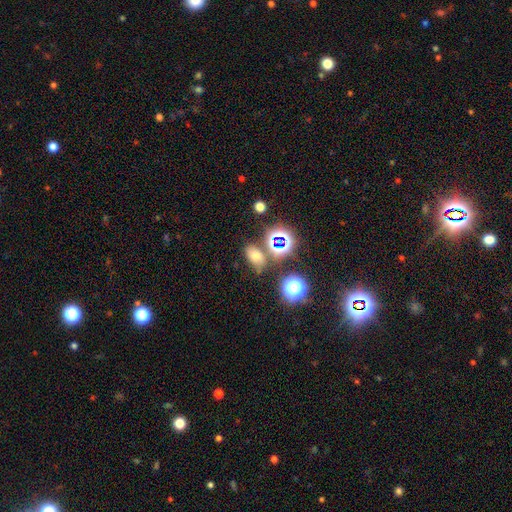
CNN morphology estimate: Overall: smooth (62%; star or artifact 28%). How rounded: in between (79%). Merging: none (69%).